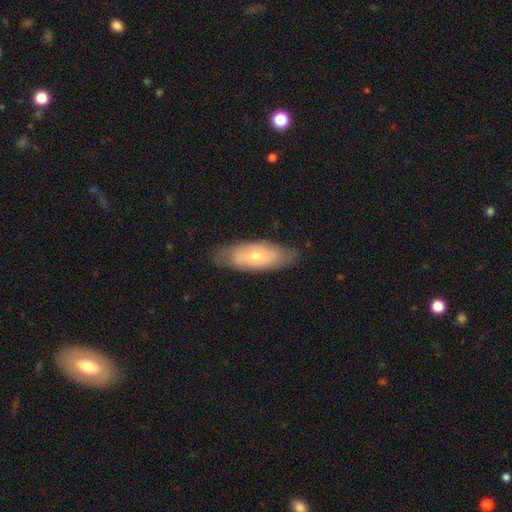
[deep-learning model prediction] Morphology: type=featured or disk (50%); edge-on=no (79%); merging=none (77%).